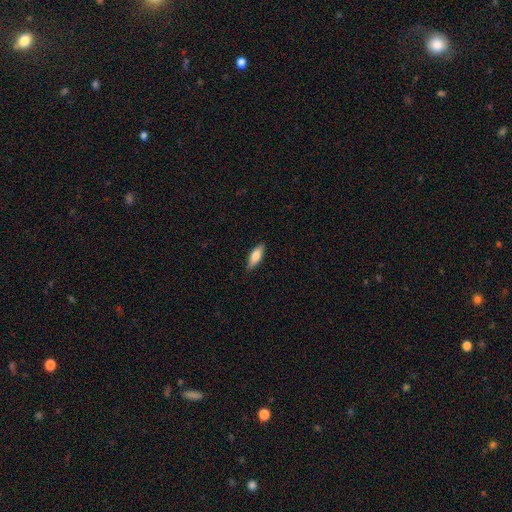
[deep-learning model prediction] smooth 77%, featured or disk 17%, star or artifact 6%. Down the decision tree: how rounded — in between (66%); merging — none (84%).